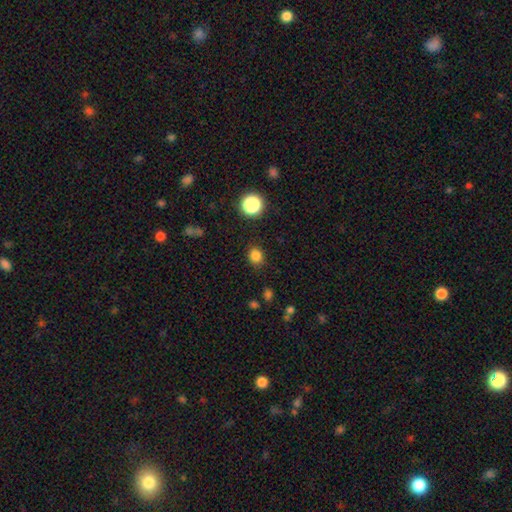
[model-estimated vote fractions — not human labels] Morphology: type=smooth (82%); roundness=round (72%); merging=none (84%).